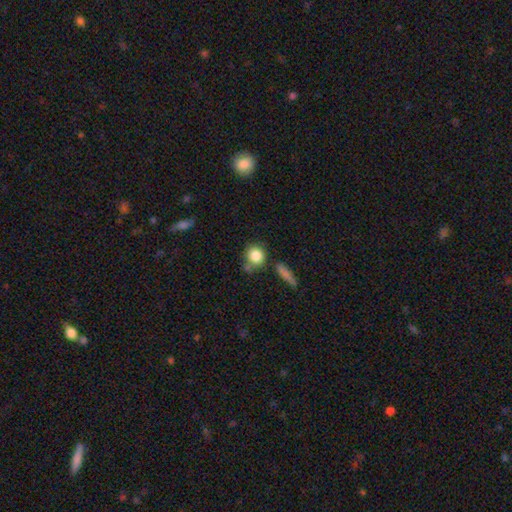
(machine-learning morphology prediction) smooth-or-featured: smooth: 84% | star or artifact: 9% | featured or disk: 7%
  how-rounded: round: 80% | in between: 18% | cigar-shaped: 2%
  merging: none: 63% | minor disturbance: 16% | merger: 16% | major disturbance: 6%